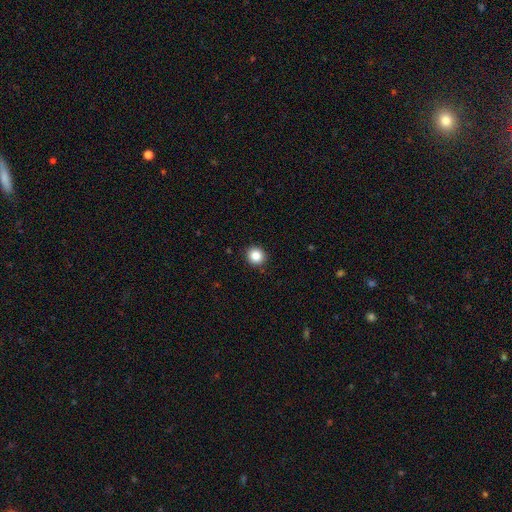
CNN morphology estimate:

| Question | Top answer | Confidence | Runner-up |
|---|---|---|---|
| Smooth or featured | smooth | 86% | star or artifact (10%) |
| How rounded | round | 90% | in between (9%) |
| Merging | none | 92% | minor disturbance (6%) |